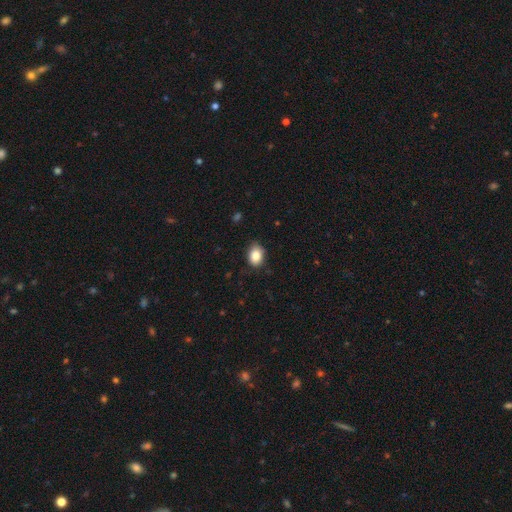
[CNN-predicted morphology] smooth 85%, star or artifact 9%, featured or disk 7%. Down the decision tree: how rounded — in between (68%); merging — none (81%).